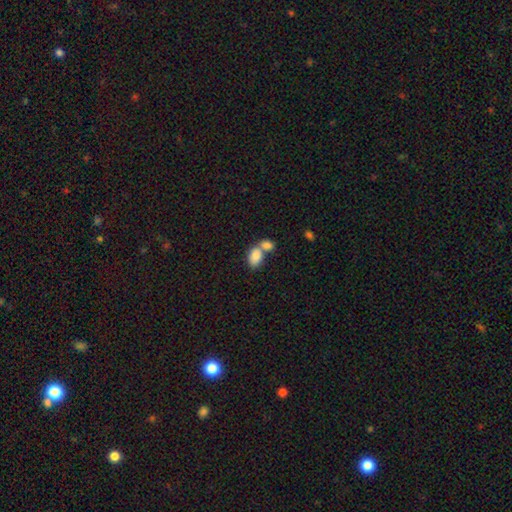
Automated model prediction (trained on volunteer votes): smooth-or-featured: smooth: 84% | featured or disk: 8% | star or artifact: 8%
  how-rounded: in between: 89% | round: 9% | cigar-shaped: 1%
  merging: merger: 61% | none: 27% | minor disturbance: 8% | major disturbance: 4%